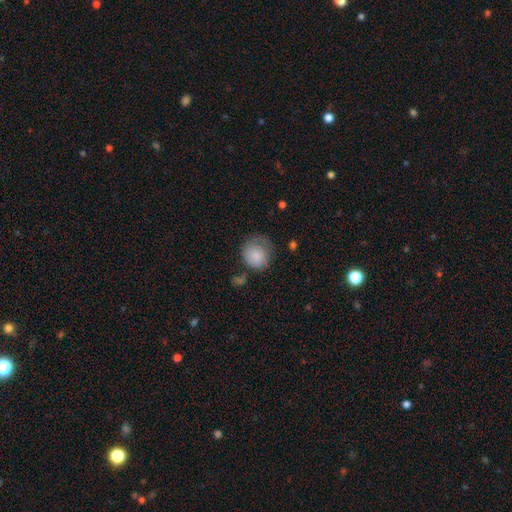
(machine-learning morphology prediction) A smooth galaxy with no disk features (76%) that is round (77%). Merging: none (47%).